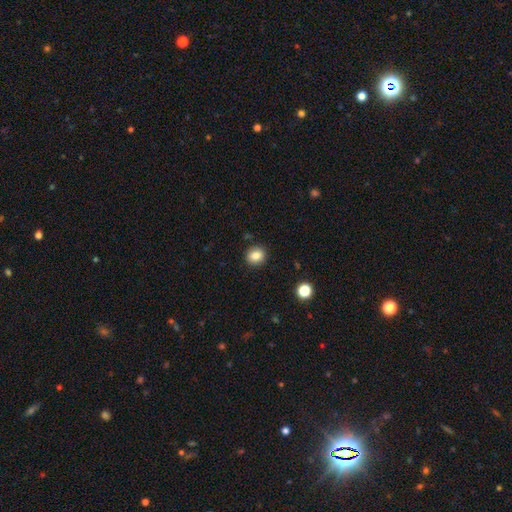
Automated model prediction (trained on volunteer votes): smooth_or_featured: smooth (p=0.84) [alt: star or artifact p=0.10]
how_rounded: round (p=0.79) [alt: in between p=0.20]
merging: none (p=0.89) [alt: minor disturbance p=0.07]